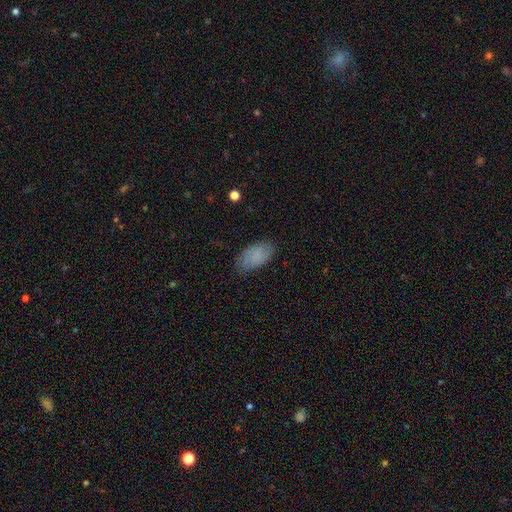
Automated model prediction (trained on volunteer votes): Q: Smooth or featured?
A: smooth (81%); runner-up: featured or disk (11%)
Q: How rounded?
A: in between (94%); runner-up: round (4%)
Q: Merging?
A: none (73%); runner-up: minor disturbance (22%)